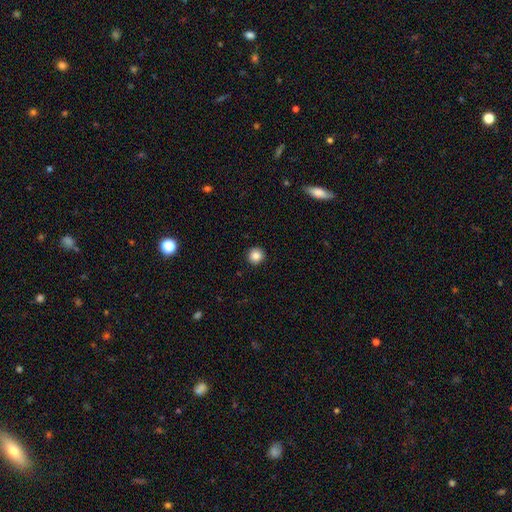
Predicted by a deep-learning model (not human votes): Morphology: type=smooth (86%); roundness=round (93%); merging=none (93%).